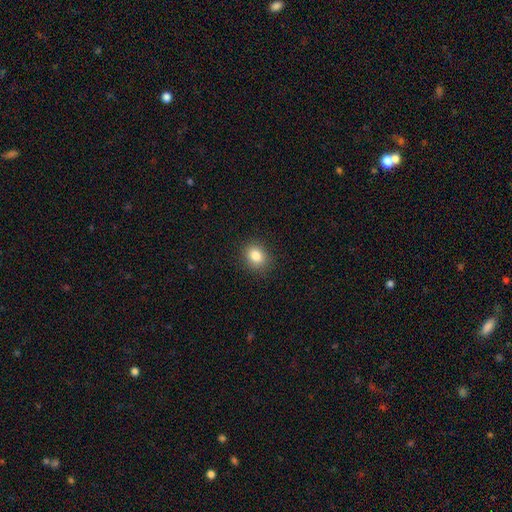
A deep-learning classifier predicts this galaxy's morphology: Smooth or featured? smooth (83%)
How rounded? in between (51%)
Merging? none (89%)